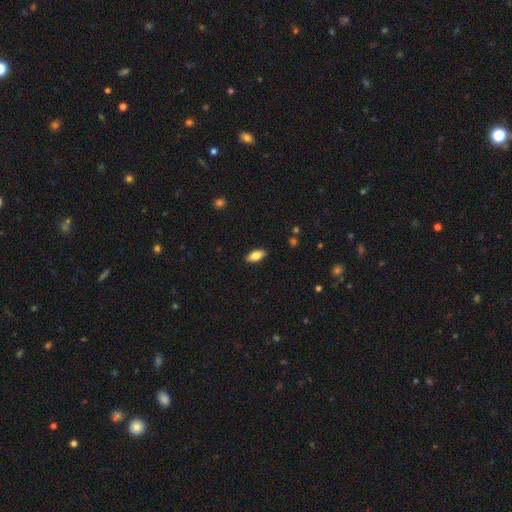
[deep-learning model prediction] Smooth or featured? Predicted: smooth (p=0.80). How rounded? Predicted: in between (p=0.88). Merging? Predicted: none (p=0.88).